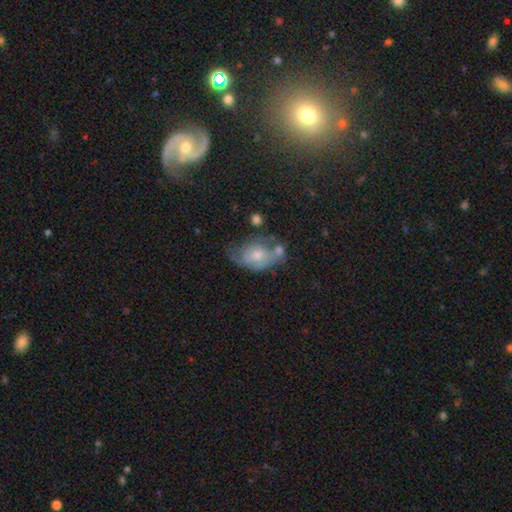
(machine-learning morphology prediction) Smooth or featured? Predicted: featured or disk (p=0.49). Merging? Predicted: none (p=0.40).